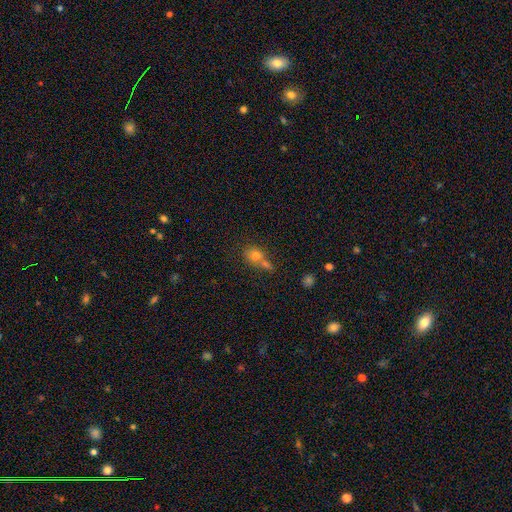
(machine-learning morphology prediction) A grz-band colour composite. It shows a smooth galaxy with no disk features (71%) that is round (62%). Merging: merger (46%).